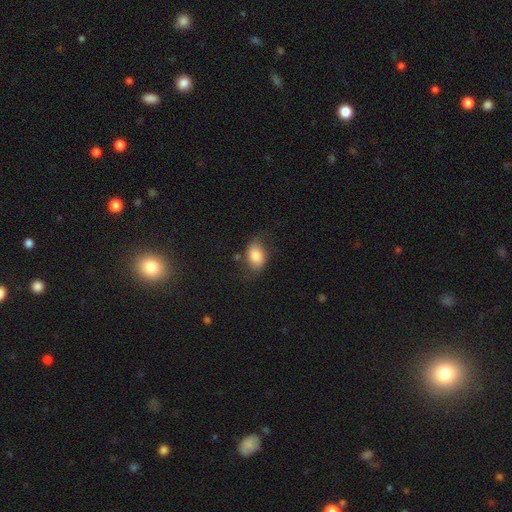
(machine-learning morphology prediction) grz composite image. It shows a smooth galaxy with no disk features (77%) that is in between round and cigar-shaped (83%). Merging: none (62%).